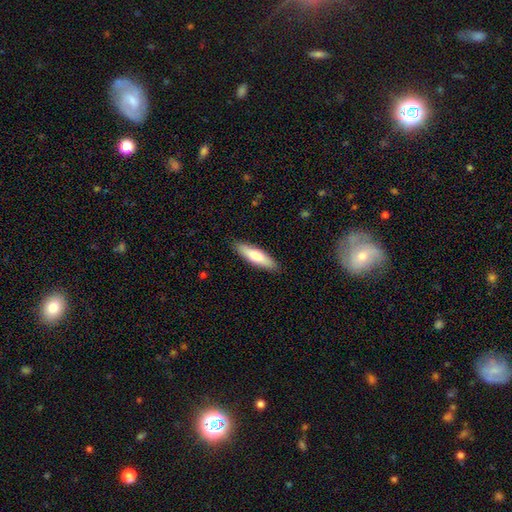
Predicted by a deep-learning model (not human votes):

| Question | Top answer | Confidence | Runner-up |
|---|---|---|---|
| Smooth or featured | smooth | 73% | featured or disk (22%) |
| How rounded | cigar-shaped | 66% | in between (33%) |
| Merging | none | 88% | minor disturbance (9%) |